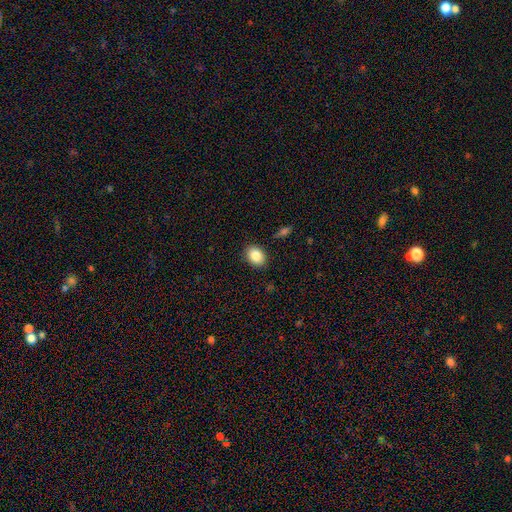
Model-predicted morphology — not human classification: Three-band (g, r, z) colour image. It shows a smooth galaxy with no disk features (85%) that is in between round and cigar-shaped (67%). Merging: none (88%).